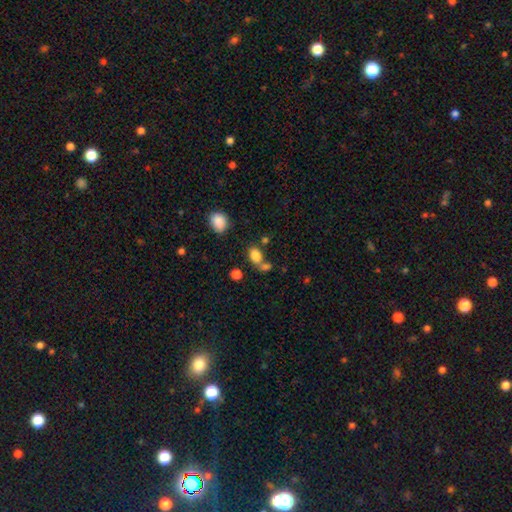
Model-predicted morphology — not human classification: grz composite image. It shows a smooth galaxy with no disk features (82%) that is in between round and cigar-shaped (81%). Merging: none (50%).